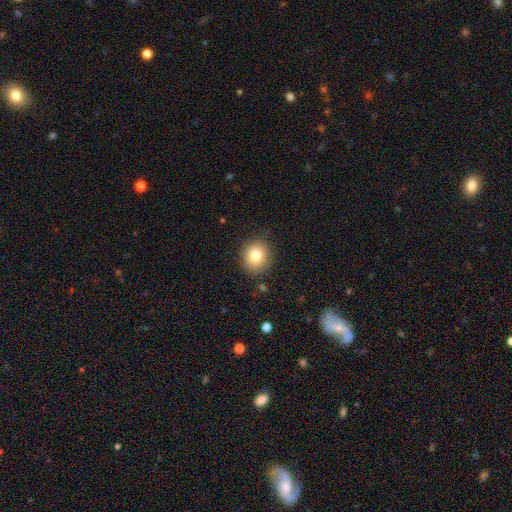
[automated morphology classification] smooth 81%, star or artifact 10%, featured or disk 9%. Down the decision tree: how rounded — round (80%); merging — none (86%).